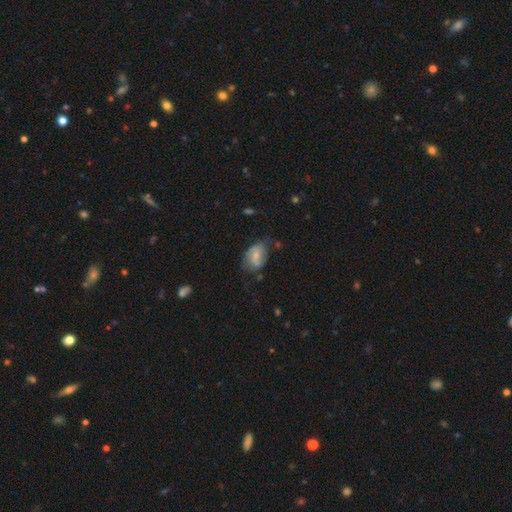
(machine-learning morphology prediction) Smooth or featured?
  - smooth: 56% *
  - featured or disk: 36%
  - star or artifact: 8%
How rounded?
  - in between: 81% *
  - round: 17%
  - cigar-shaped: 2%
Merging?
  - none: 54% *
  - minor disturbance: 32%
  - major disturbance: 11%
  - merger: 3%